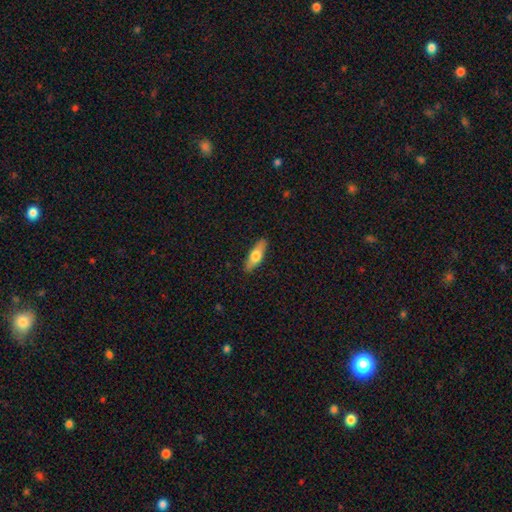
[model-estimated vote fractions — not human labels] Smooth or featured? smooth (62%)
How rounded? in between (52%)
Merging? none (89%)